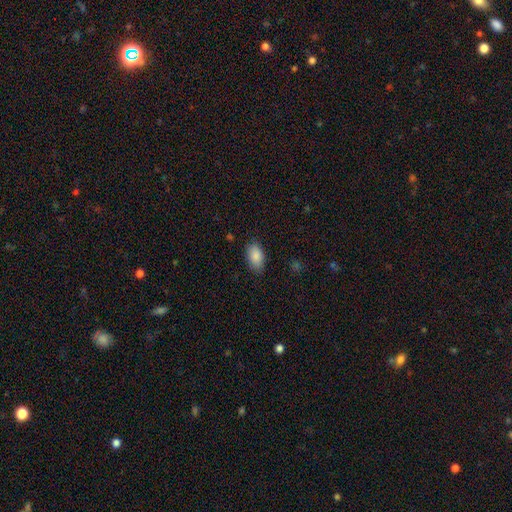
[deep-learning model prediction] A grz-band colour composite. It shows a smooth galaxy with no disk features (88%) that is in between round and cigar-shaped (94%). Merging: none (84%).